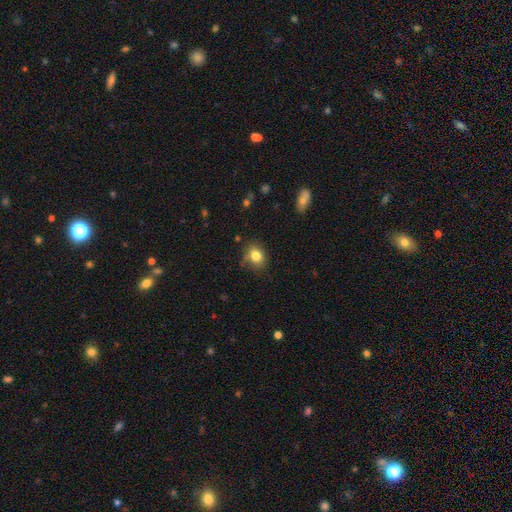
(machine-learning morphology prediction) A smooth galaxy with no disk features (82%) that is round (55%).

Vote fractions:
- Smooth or featured? smooth: 82% / star or artifact: 10% / featured or disk: 8%
- How rounded? round: 55% / in between: 44% / cigar-shaped: 1%
- Merging? none: 73% / minor disturbance: 21% / major disturbance: 5% / merger: 2%